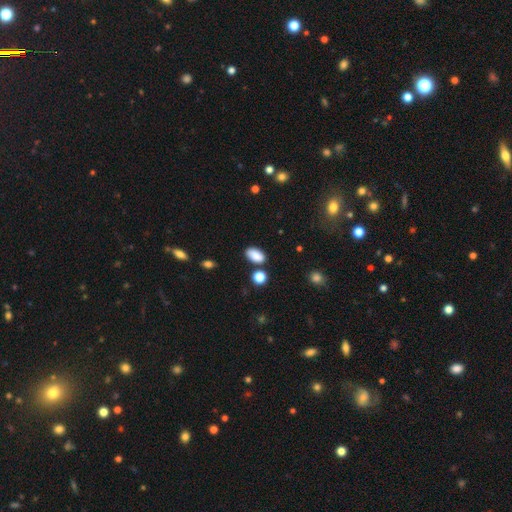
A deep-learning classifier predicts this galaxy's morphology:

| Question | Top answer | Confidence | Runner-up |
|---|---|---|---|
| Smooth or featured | smooth | 87% | star or artifact (8%) |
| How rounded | in between | 92% | round (6%) |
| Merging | none | 79% | minor disturbance (13%) |